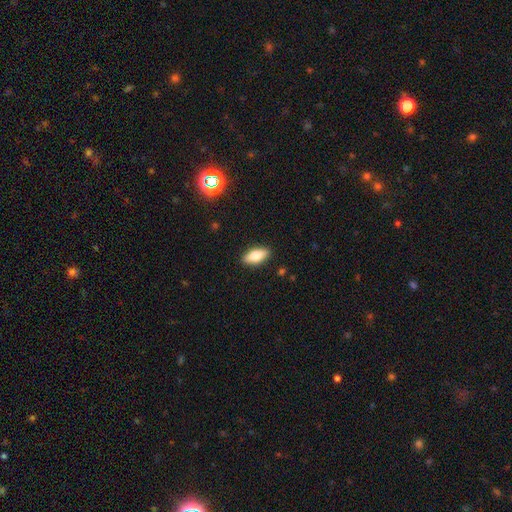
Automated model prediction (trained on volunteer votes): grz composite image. It shows a smooth galaxy with no disk features (73%) that is in between round and cigar-shaped (84%). Merging: none (89%).